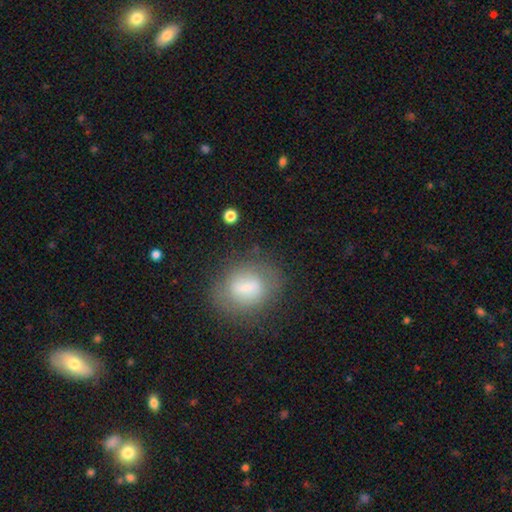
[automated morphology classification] This appears to be a smooth galaxy with no disk features (60%) that is round (62%). Merging: none (82%).